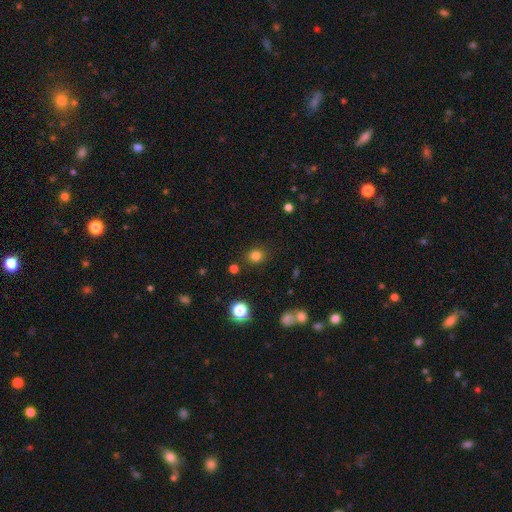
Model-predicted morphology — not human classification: Smooth or featured: smooth — 80% (star or artifact — 15%)
How rounded: round — 75% (in between — 24%)
Merging: none — 85% (minor disturbance — 9%)